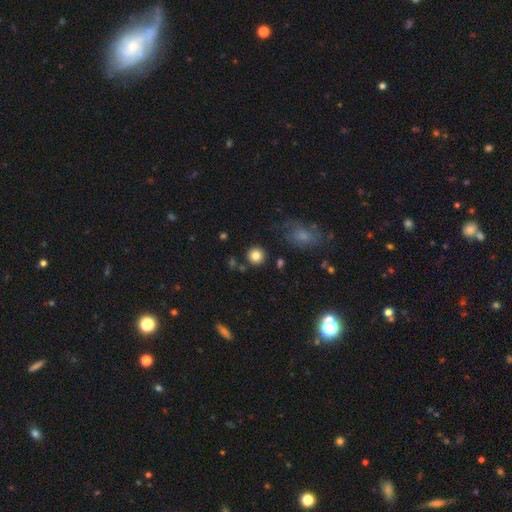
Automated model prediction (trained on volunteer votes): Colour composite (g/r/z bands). It shows a smooth galaxy with no disk features (83%) that is round (93%). Merging: none (85%).